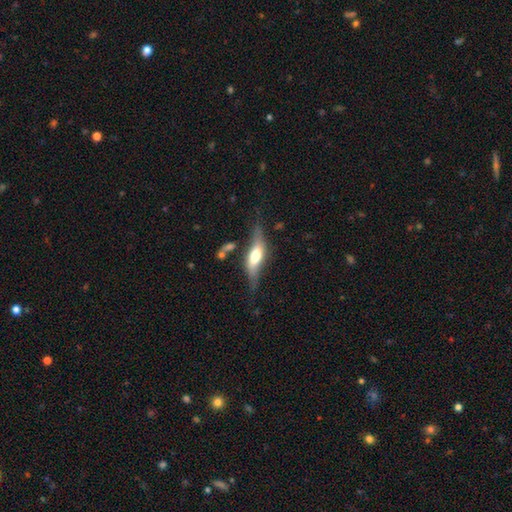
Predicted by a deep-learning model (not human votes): This appears to be a featured or disk galaxy (52%) viewed edge-on (70%). Merging: none (53%).